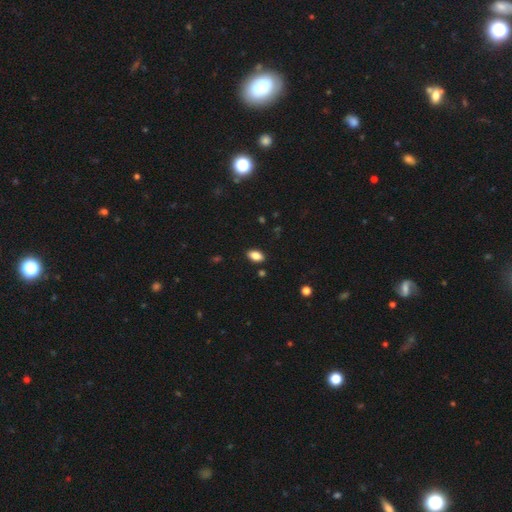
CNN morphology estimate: Smooth or featured? Predicted: smooth (p=0.85). How rounded? Predicted: in between (p=0.91). Merging? Predicted: none (p=0.88).